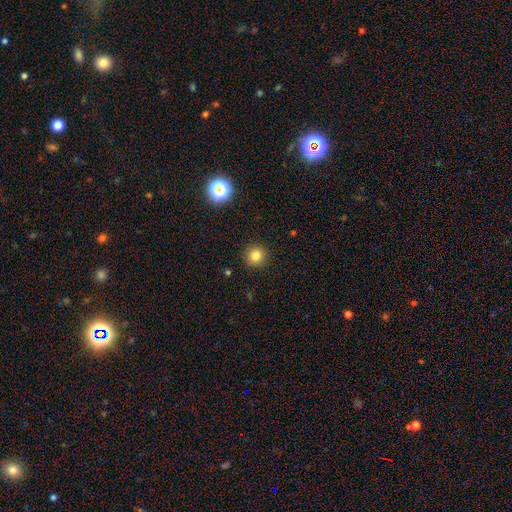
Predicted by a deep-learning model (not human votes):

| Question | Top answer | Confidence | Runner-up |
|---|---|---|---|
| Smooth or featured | smooth | 80% | star or artifact (14%) |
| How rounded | round | 94% | in between (5%) |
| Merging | none | 92% | minor disturbance (5%) |